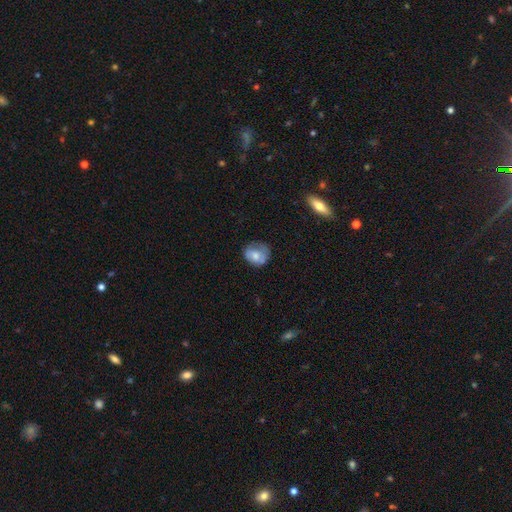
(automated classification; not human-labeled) smooth_or_featured: smooth (p=0.64) [alt: featured or disk p=0.28]
how_rounded: round (p=0.63) [alt: in between p=0.36]
merging: none (p=0.53) [alt: minor disturbance p=0.30]